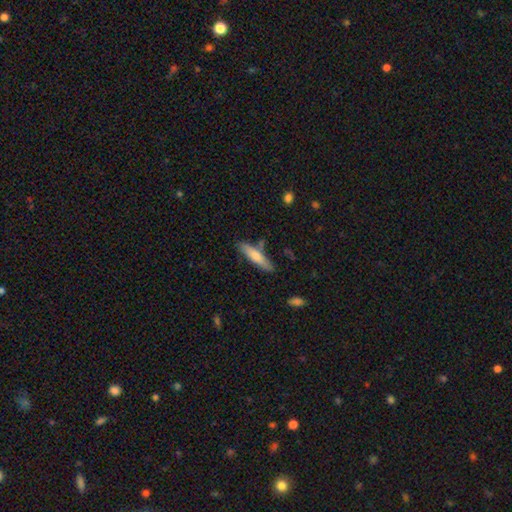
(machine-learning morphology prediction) A smooth galaxy with no disk features (68%) that is cigar-shaped (80%). Merging: none (78%).